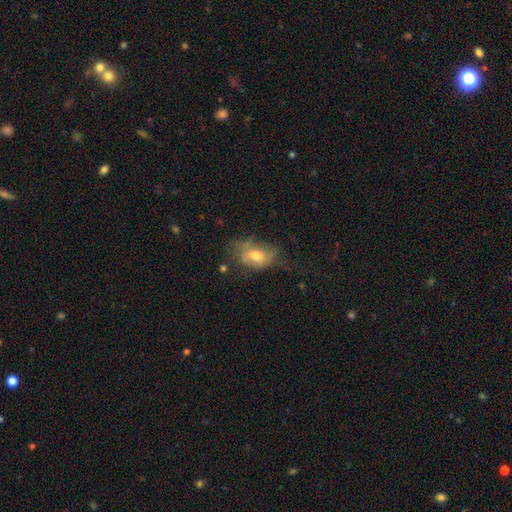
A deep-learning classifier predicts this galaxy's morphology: Smooth or featured? Predicted: smooth (p=0.61). How rounded? Predicted: in between (p=0.80). Merging? Predicted: none (p=0.36).